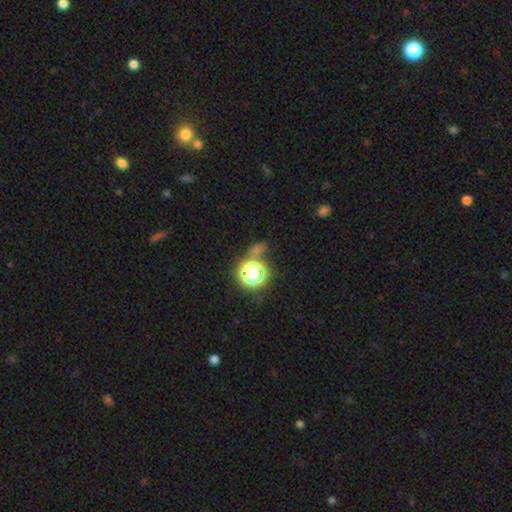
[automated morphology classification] type=star or artifact (67%).